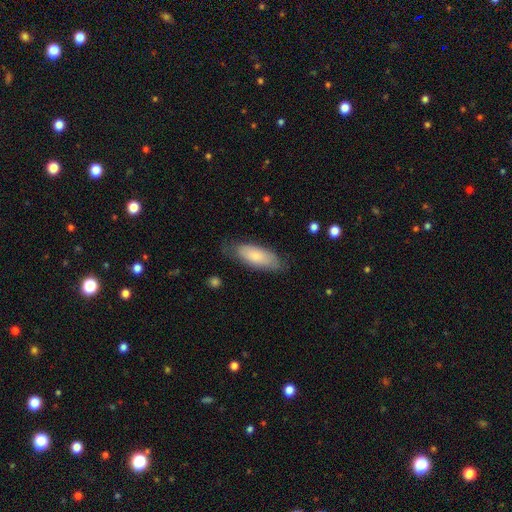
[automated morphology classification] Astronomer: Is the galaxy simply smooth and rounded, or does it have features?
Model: smooth — 78%.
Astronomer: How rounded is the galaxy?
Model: in between — 75%.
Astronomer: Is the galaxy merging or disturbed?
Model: none — 72%.